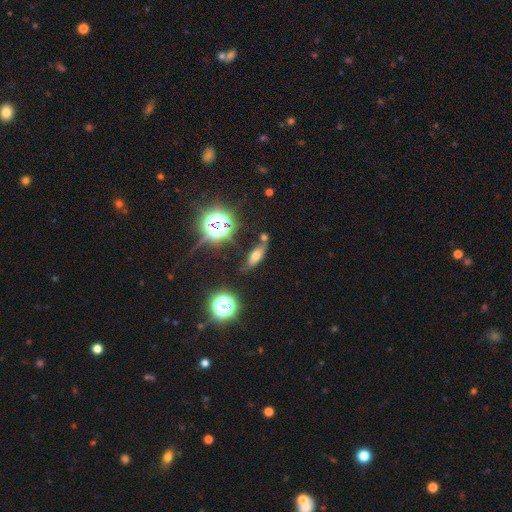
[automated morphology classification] Smooth or featured? smooth (51%)
How rounded? in between (61%)
Merging? none (67%)